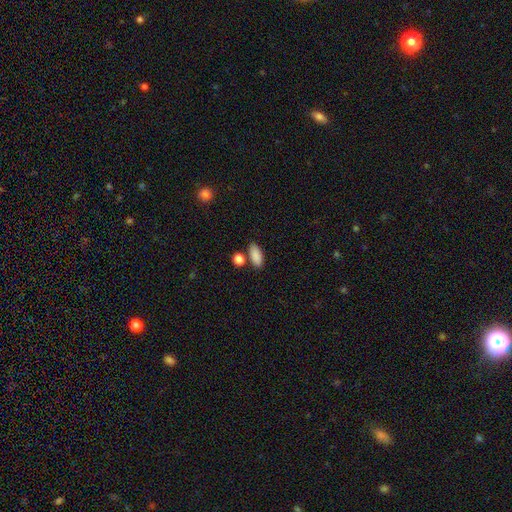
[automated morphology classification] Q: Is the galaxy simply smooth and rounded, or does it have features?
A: smooth — 88%.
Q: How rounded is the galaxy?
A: in between — 87%.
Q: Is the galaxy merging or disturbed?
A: none — 74%.